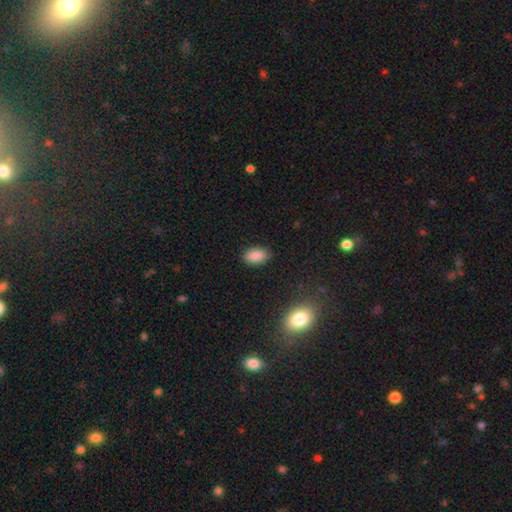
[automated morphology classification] This is clearly a smooth galaxy (88%). How rounded: clearly in between (93%). Merging: clearly none (86%).